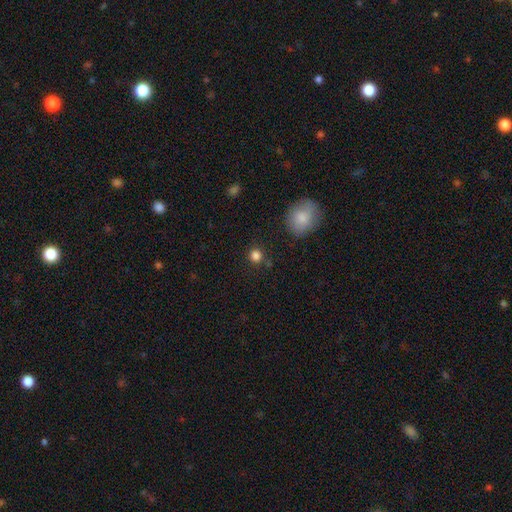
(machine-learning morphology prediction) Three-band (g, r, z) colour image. It shows a smooth galaxy with no disk features (83%) that is round (91%). Merging: none (85%).